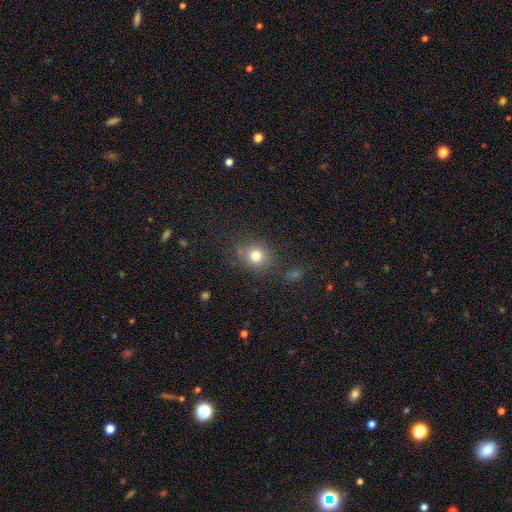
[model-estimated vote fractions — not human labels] The model was most divided on "how rounded": round: 74%, in between: 25%, cigar-shaped: 1%. More confident: merging — none (78%); smooth or featured — smooth (78%).